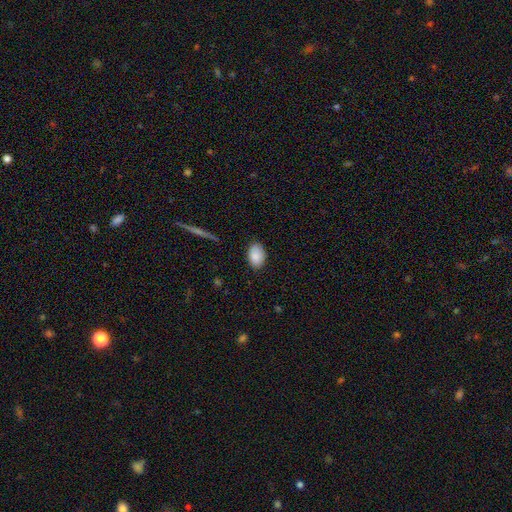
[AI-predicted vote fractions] smooth_or_featured: smooth (p=0.88) [alt: star or artifact p=0.07]
how_rounded: in between (p=0.89) [alt: round p=0.10]
merging: none (p=0.84) [alt: minor disturbance p=0.12]